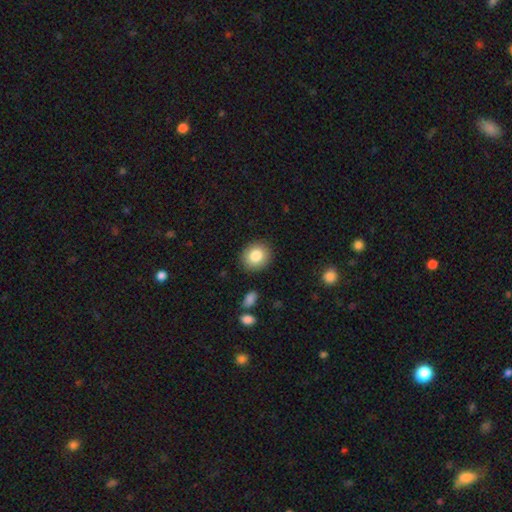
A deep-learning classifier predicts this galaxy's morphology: Overall: smooth (83%). How rounded: round (74%). Merging: none (89%).